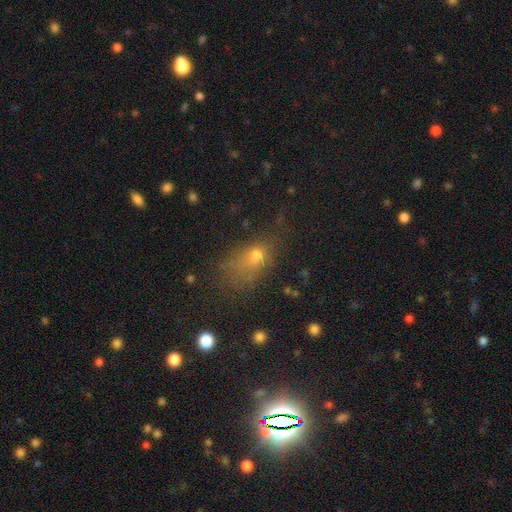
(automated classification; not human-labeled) Smooth or featured? smooth (63%)
How rounded? in between (71%)
Merging? none (40%)